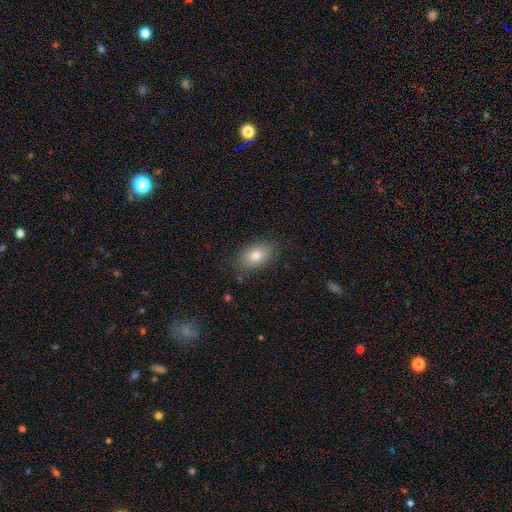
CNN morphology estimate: smooth_or_featured: smooth (p=0.78) [alt: featured or disk p=0.13]
how_rounded: in between (p=0.88) [alt: round p=0.10]
merging: none (p=0.85) [alt: minor disturbance p=0.11]